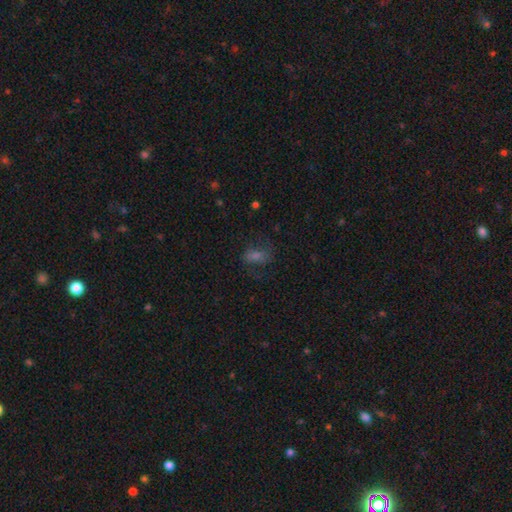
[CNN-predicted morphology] A smooth galaxy with no disk features (46%). Merging: none (65%).